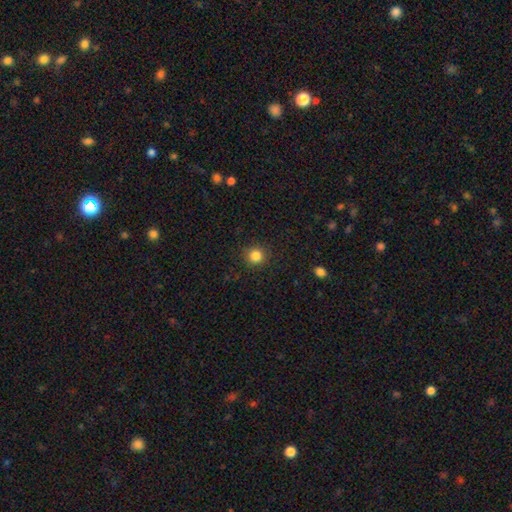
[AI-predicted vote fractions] Smooth or featured? smooth (84%)
How rounded? round (93%)
Merging? none (91%)